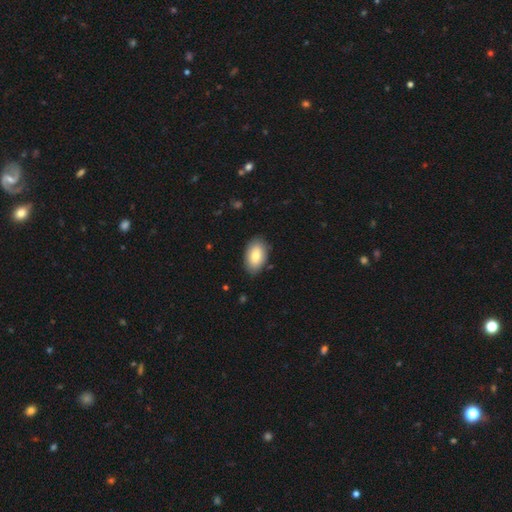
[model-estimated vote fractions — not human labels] The model was most divided on "smooth or featured": smooth: 78%, featured or disk: 16%, star or artifact: 7%. More confident: how rounded — in between (93%); merging — none (85%).